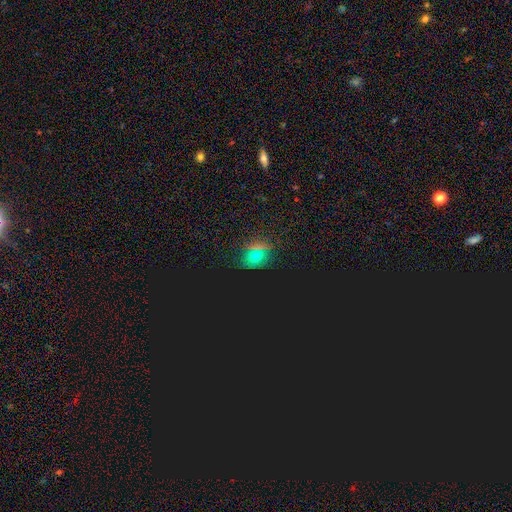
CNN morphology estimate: Smooth or featured? star or artifact (50%)